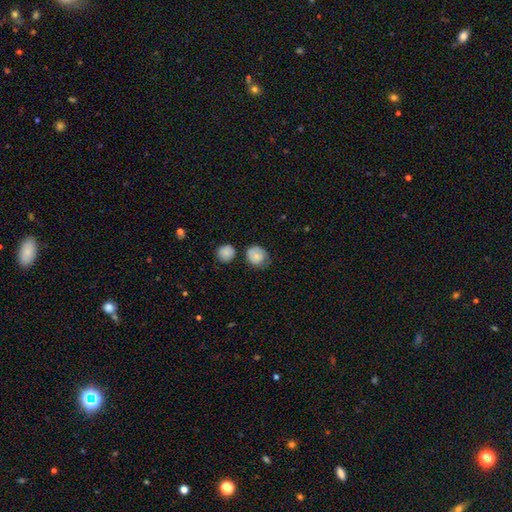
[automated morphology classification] This appears to be a smooth galaxy with no disk features (74%) that is round (73%). Merging: none (53%).